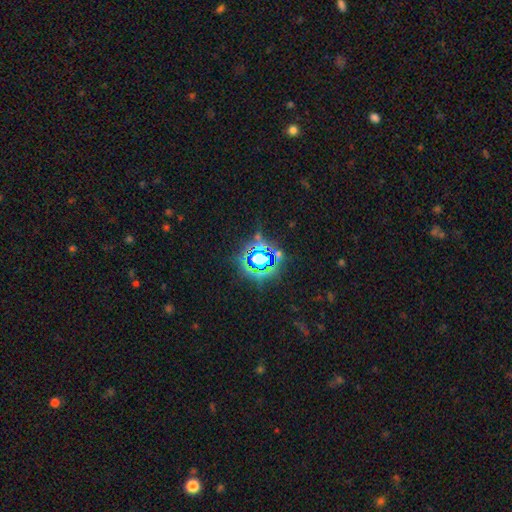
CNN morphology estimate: The model was most divided on "smooth or featured": star or artifact: 76%, smooth: 13%, featured or disk: 11%.